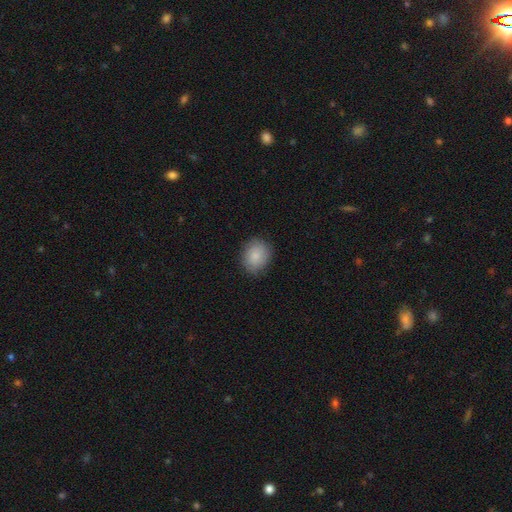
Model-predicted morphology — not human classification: A smooth galaxy with no disk features (84%) that is round (53%). Merging: none (82%).